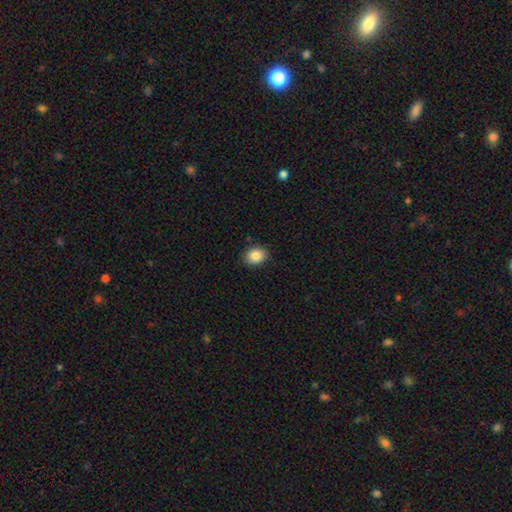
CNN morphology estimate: smooth_or_featured: smooth (p=0.86) [alt: star or artifact p=0.09]
how_rounded: round (p=0.51) [alt: in between p=0.48]
merging: none (p=0.88) [alt: minor disturbance p=0.09]